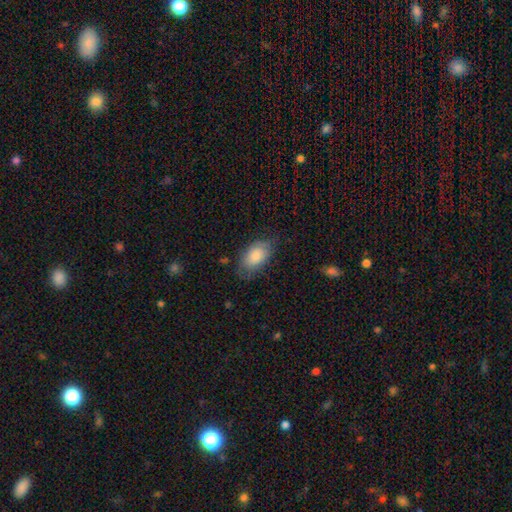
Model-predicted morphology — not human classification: A smooth galaxy with no disk features (80%) that is in between round and cigar-shaped (93%).

Vote fractions:
- Smooth or featured? smooth: 80% / featured or disk: 14% / star or artifact: 7%
- How rounded? in between: 93% / round: 5% / cigar-shaped: 2%
- Merging? none: 68% / minor disturbance: 25% / major disturbance: 6% / merger: 1%